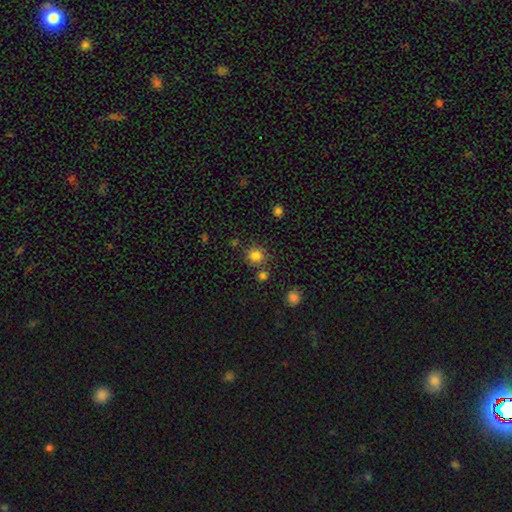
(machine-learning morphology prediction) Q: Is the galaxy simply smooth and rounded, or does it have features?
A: smooth — 82%.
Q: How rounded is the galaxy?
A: round — 90%.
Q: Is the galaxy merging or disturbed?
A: none — 75%.